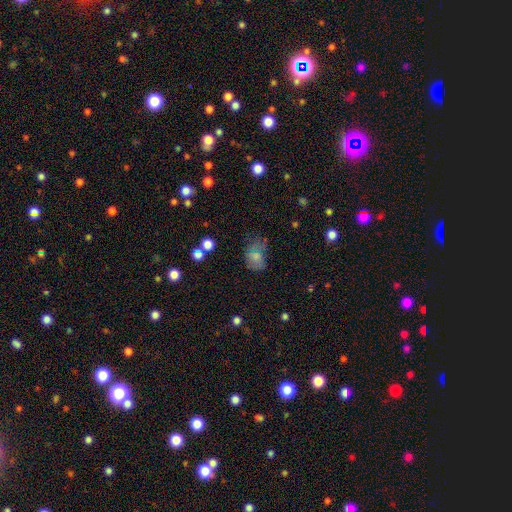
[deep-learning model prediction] Smooth or featured? smooth (68%)
How rounded? in between (71%)
Merging? none (45%)